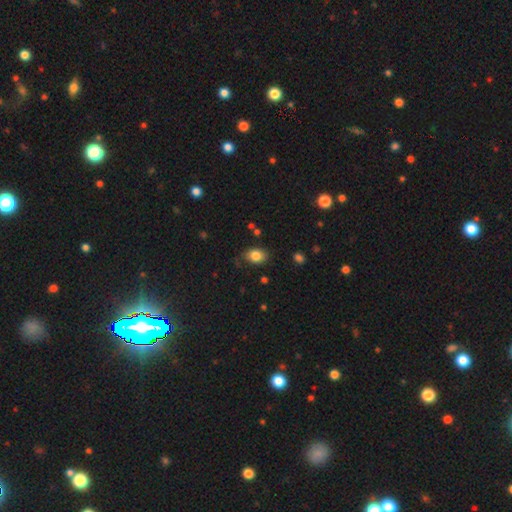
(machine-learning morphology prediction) This appears to be a smooth galaxy with no disk features (83%) that is in between round and cigar-shaped (74%). Merging: none (77%).